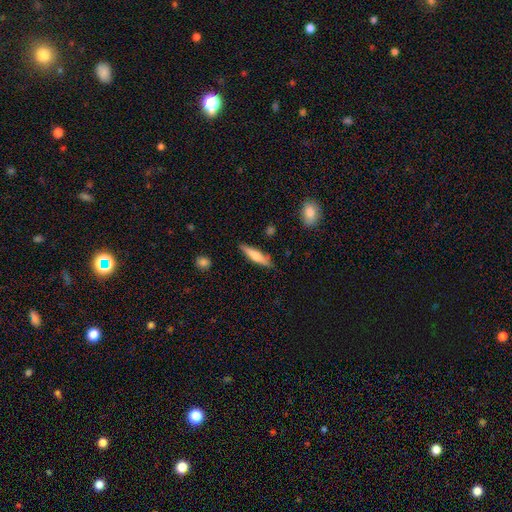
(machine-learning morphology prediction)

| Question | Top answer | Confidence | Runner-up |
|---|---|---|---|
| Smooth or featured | smooth | 60% | featured or disk (34%) |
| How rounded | cigar-shaped | 81% | in between (17%) |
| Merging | none | 83% | minor disturbance (12%) |